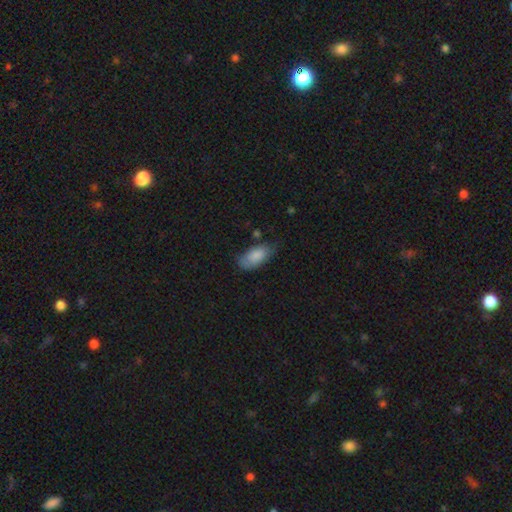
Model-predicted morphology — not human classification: Overall: smooth (85%). How rounded: in between (91%). Merging: none (60%; minor disturbance 31%).